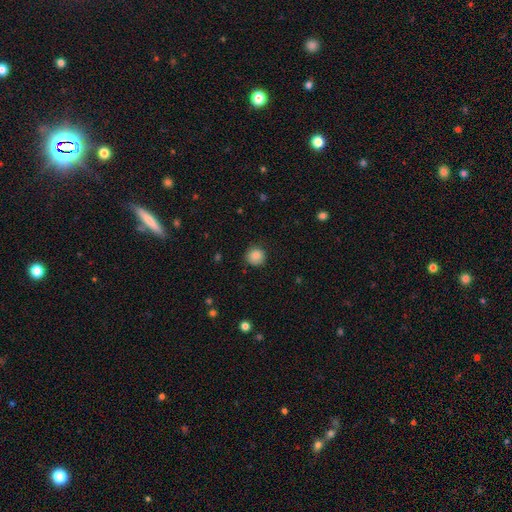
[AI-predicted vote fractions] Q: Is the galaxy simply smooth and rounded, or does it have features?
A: smooth — 85%.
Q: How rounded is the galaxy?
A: round — 93%.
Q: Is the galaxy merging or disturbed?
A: none — 86%.